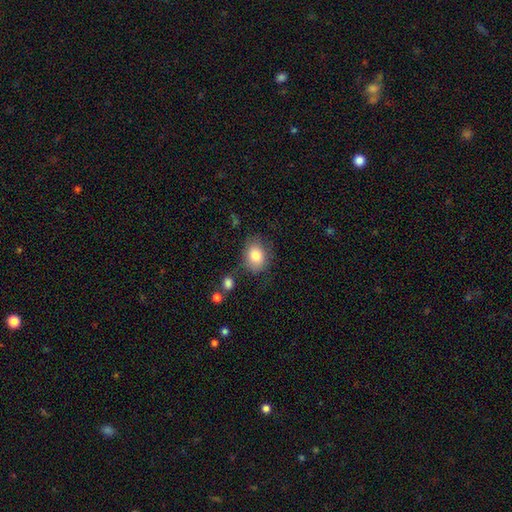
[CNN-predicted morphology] Q: Smooth or featured?
A: smooth (82%); runner-up: featured or disk (10%)
Q: How rounded?
A: in between (56%); runner-up: round (43%)
Q: Merging?
A: none (71%); runner-up: minor disturbance (19%)